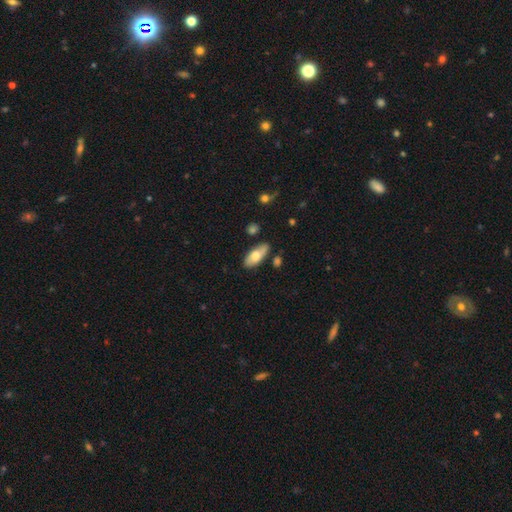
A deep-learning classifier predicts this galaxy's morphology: smooth 66%, featured or disk 28%, star or artifact 6%. Down the decision tree: how rounded — in between (87%); merging — none (78%).